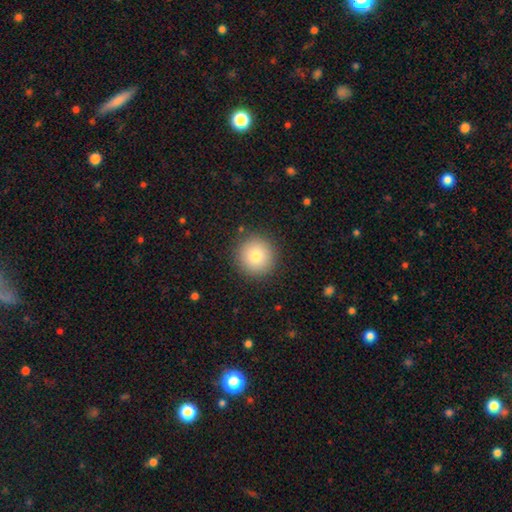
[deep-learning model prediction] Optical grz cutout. It shows a smooth galaxy with no disk features (81%) that is round (95%). Merging: none (91%).